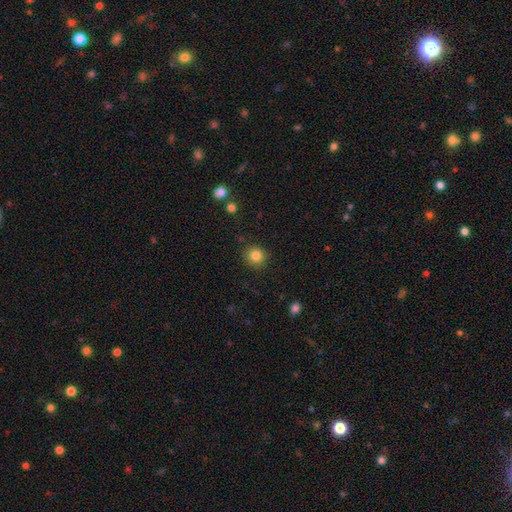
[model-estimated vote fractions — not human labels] Q: Smooth or featured?
A: smooth (84%); runner-up: star or artifact (11%)
Q: How rounded?
A: round (88%); runner-up: in between (11%)
Q: Merging?
A: none (88%); runner-up: minor disturbance (8%)